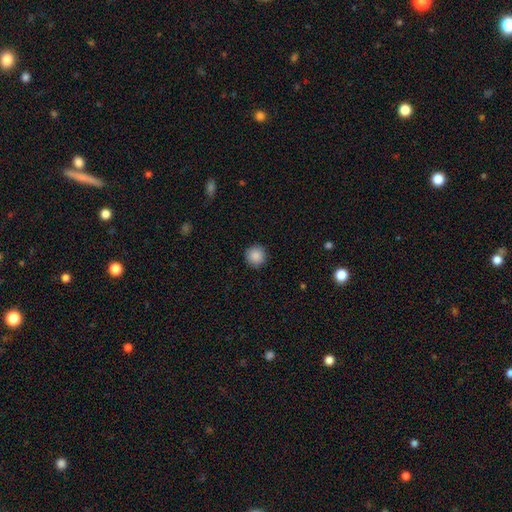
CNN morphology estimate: smooth 88%, star or artifact 9%, featured or disk 3%. Down the decision tree: how rounded — round (95%); merging — none (92%).